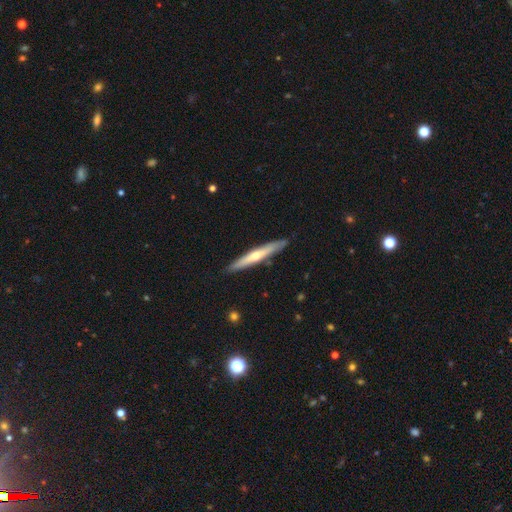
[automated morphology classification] The model was most divided on "smooth or featured": featured or disk: 58%, smooth: 37%, star or artifact: 5%. More confident: edge-on disk — yes (94%); merging — none (88%); edge-on bulge — rounded (78%).